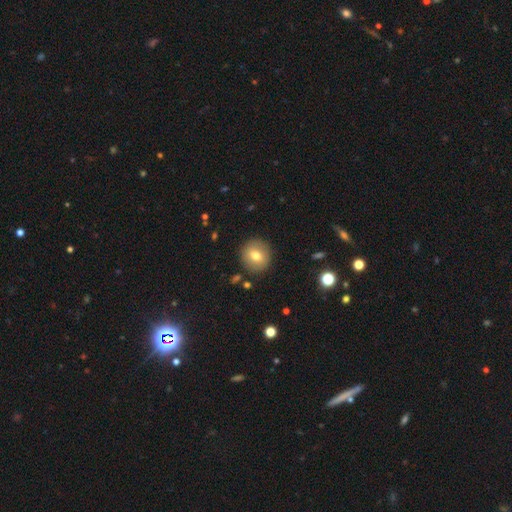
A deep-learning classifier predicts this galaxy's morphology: Smooth or featured: smooth — 72% (featured or disk — 19%)
How rounded: round — 86% (in between — 13%)
Merging: none — 89% (minor disturbance — 7%)